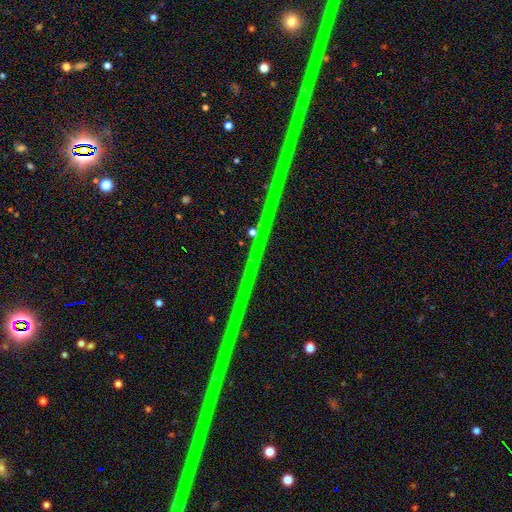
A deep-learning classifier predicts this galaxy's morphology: The model was most divided on "smooth or featured": star or artifact: 88%, featured or disk: 7%, smooth: 5%.